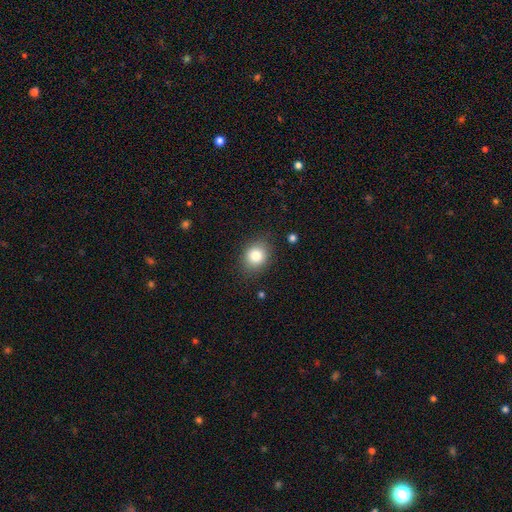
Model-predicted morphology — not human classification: A smooth galaxy with no disk features (82%) that is round (62%).

Vote fractions:
- Smooth or featured? smooth: 82% / star or artifact: 10% / featured or disk: 8%
- How rounded? round: 62% / in between: 37% / cigar-shaped: 1%
- Merging? none: 84% / minor disturbance: 12% / major disturbance: 3% / merger: 1%